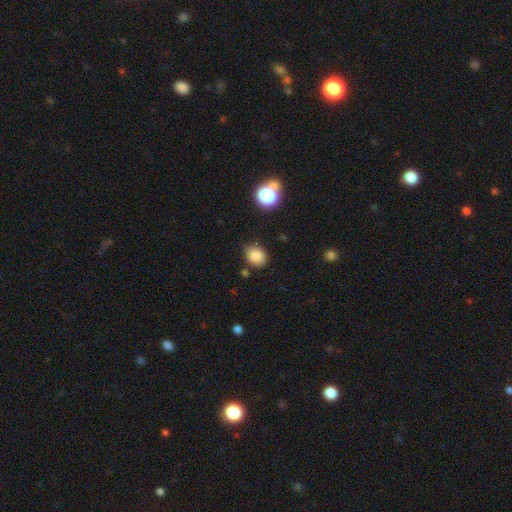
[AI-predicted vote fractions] Smooth or featured? Predicted: smooth (p=0.84). How rounded? Predicted: in between (p=0.55). Merging? Predicted: none (p=0.75).